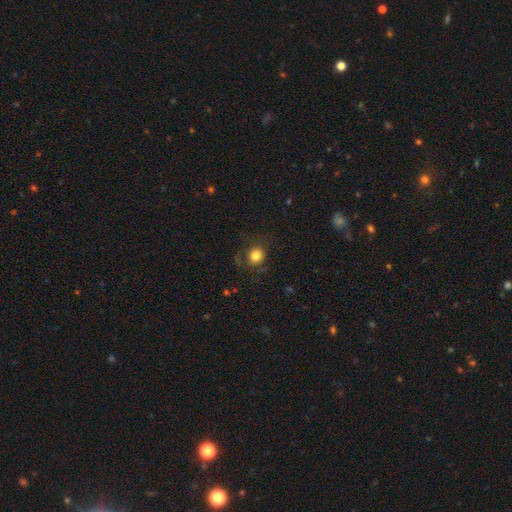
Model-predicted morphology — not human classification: Overall: smooth (81%). How rounded: round (87%). Merging: none (78%).